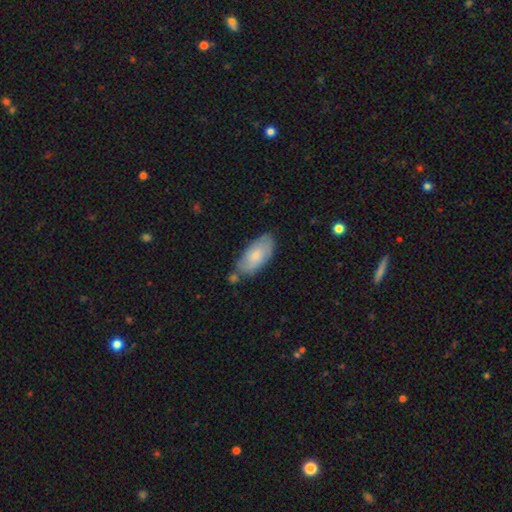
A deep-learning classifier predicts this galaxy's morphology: Smooth or featured: smooth — 68% (featured or disk — 27%)
How rounded: in between — 91% (cigar-shaped — 7%)
Merging: none — 67% (minor disturbance — 22%)